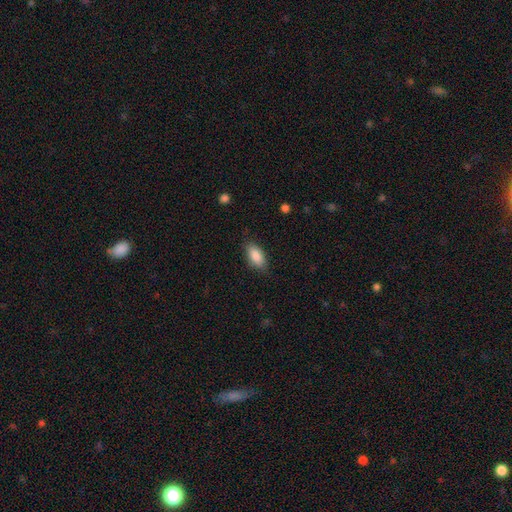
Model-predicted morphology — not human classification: Overall: smooth (88%). How rounded: in between (89%). Merging: none (84%).